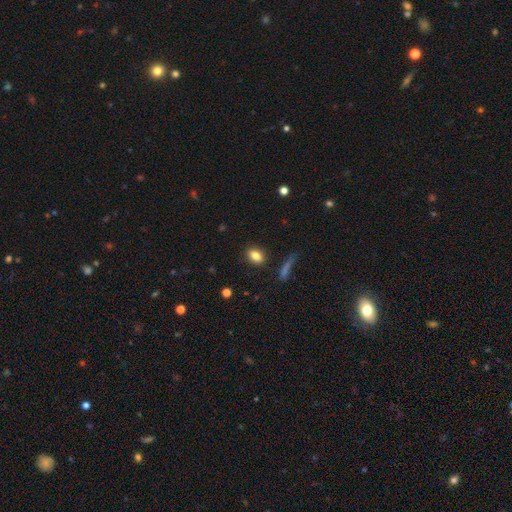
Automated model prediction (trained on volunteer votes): A smooth galaxy with no disk features (83%) that is in between round and cigar-shaped (74%).

Vote fractions:
- Smooth or featured? smooth: 83% / star or artifact: 9% / featured or disk: 7%
- How rounded? in between: 74% / round: 21% / cigar-shaped: 4%
- Merging? none: 86% / minor disturbance: 9% / major disturbance: 3% / merger: 2%